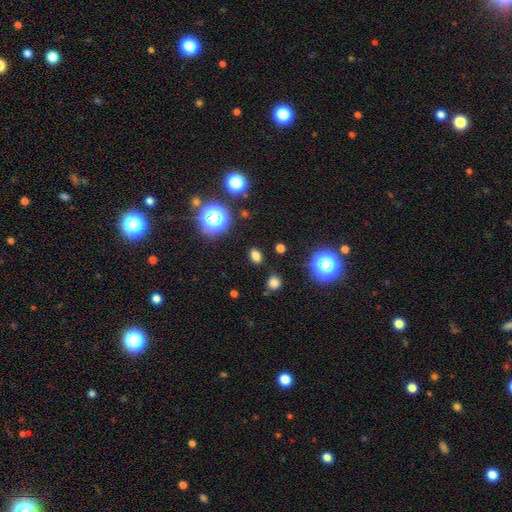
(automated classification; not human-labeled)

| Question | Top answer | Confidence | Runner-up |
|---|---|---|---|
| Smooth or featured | smooth | 70% | star or artifact (24%) |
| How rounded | in between | 69% | round (29%) |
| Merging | none | 86% | minor disturbance (9%) |